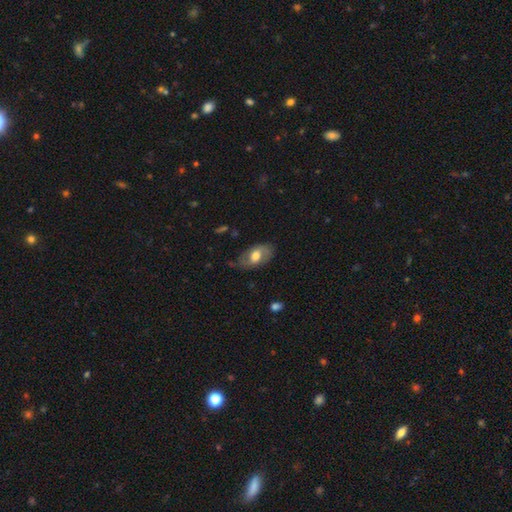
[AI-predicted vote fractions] smooth-or-featured: smooth: 51% | featured or disk: 42% | star or artifact: 7%
  how-rounded: in between: 91% | round: 7% | cigar-shaped: 2%
  merging: none: 66% | minor disturbance: 24% | major disturbance: 8% | merger: 2%